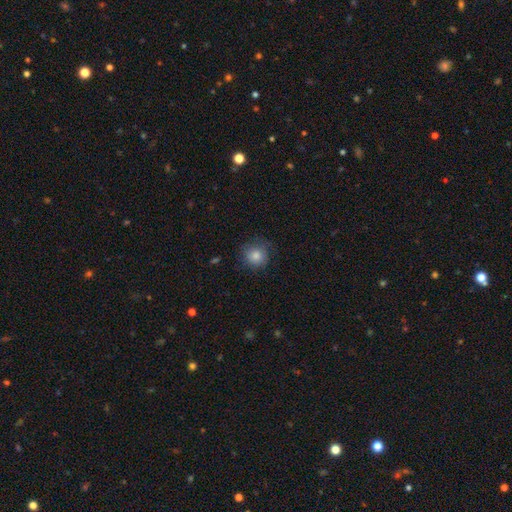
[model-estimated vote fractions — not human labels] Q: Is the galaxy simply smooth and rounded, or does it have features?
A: smooth — 80%.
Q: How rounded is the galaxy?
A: round — 92%.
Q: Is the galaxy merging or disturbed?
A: none — 79%.